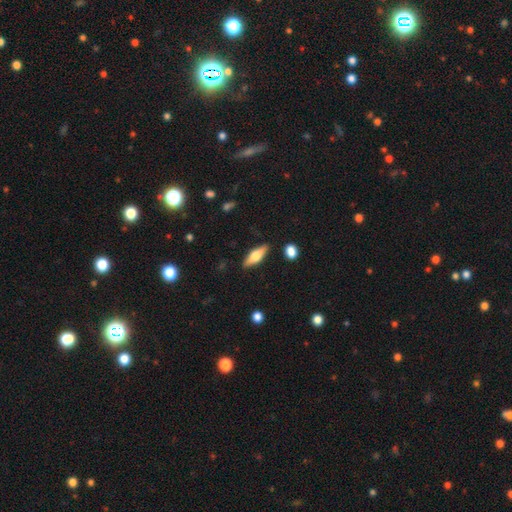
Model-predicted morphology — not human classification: smooth-or-featured: smooth: 47% (tied) | featured or disk: 47% (tied) | star or artifact: 6%
  merging: none: 87% | minor disturbance: 9% | major disturbance: 2% | merger: 2%